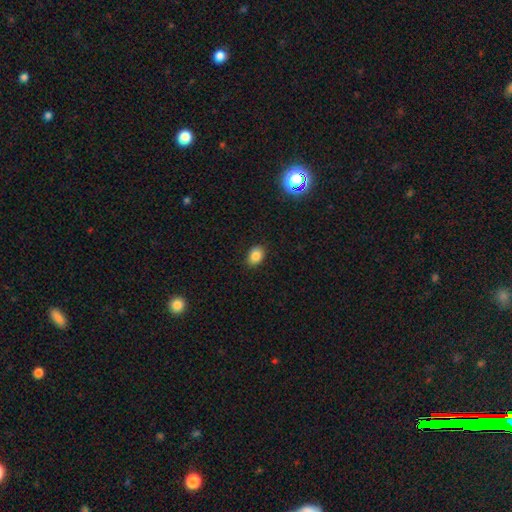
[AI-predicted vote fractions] smooth 85%, star or artifact 10%, featured or disk 5%. Down the decision tree: how rounded — in between (73%); merging — none (86%).